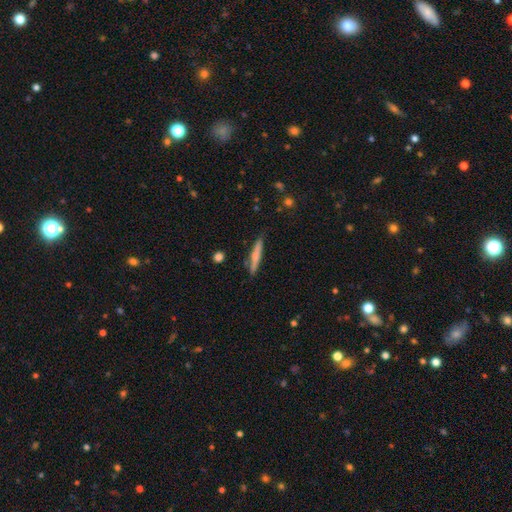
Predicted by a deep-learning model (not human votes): smooth-or-featured: smooth: 59% | featured or disk: 35% | star or artifact: 6%
  how-rounded: cigar-shaped: 92% | in between: 6% | round: 2%
  merging: none: 83% | minor disturbance: 12% | merger: 3% | major disturbance: 2%